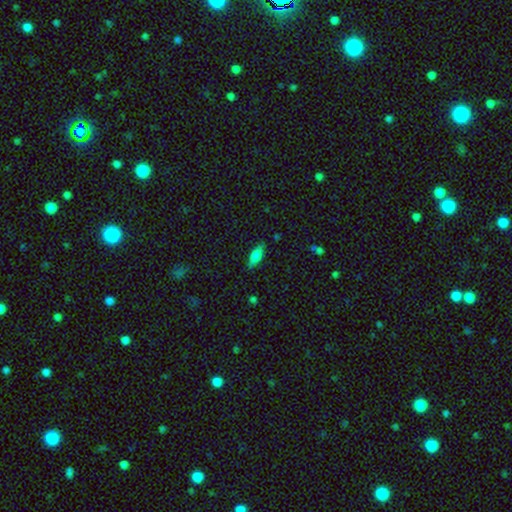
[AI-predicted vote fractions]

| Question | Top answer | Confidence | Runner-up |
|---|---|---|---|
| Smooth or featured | smooth | 65% | featured or disk (27%) |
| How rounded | in between | 65% | cigar-shaped (32%) |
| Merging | none | 84% | minor disturbance (12%) |